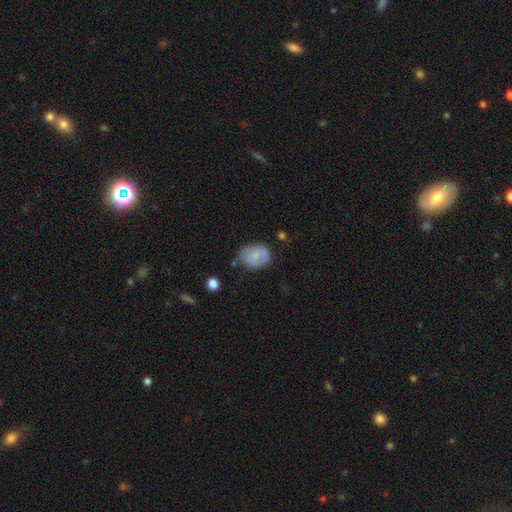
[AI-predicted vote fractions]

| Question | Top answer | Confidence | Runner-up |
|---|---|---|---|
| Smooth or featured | smooth | 74% | featured or disk (18%) |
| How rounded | in between | 57% | round (42%) |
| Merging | none | 63% | minor disturbance (25%) |